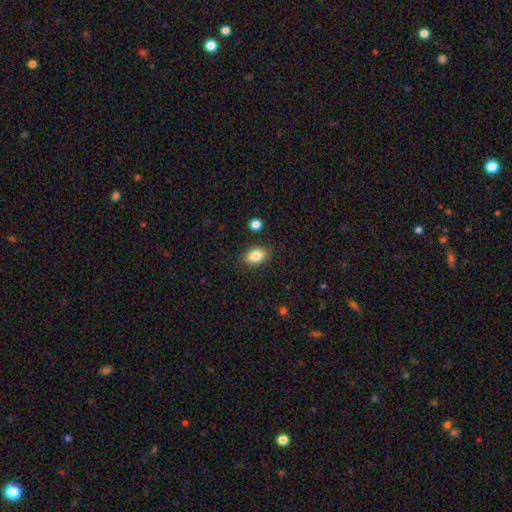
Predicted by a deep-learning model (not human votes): This appears to be a smooth galaxy with no disk features (84%) that is in between round and cigar-shaped (84%). Merging: none (86%).